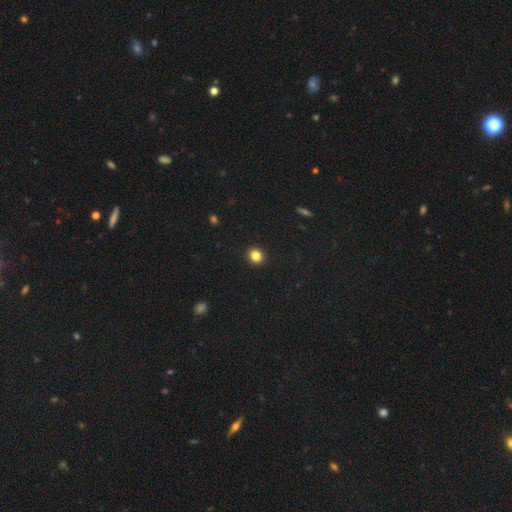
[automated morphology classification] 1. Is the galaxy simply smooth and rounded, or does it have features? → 83% smooth, 12% star or artifact, 5% featured or disk.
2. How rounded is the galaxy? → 82% round, 17% in between, 1% cigar-shaped.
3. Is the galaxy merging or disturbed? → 93% none, 5% minor disturbance, 2% major disturbance, 1% merger.